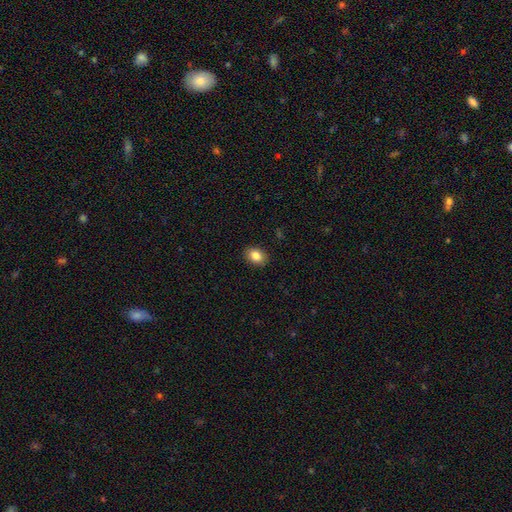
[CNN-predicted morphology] This is clearly a smooth galaxy (85%). How rounded: likely in between (69%). Merging: clearly none (90%).